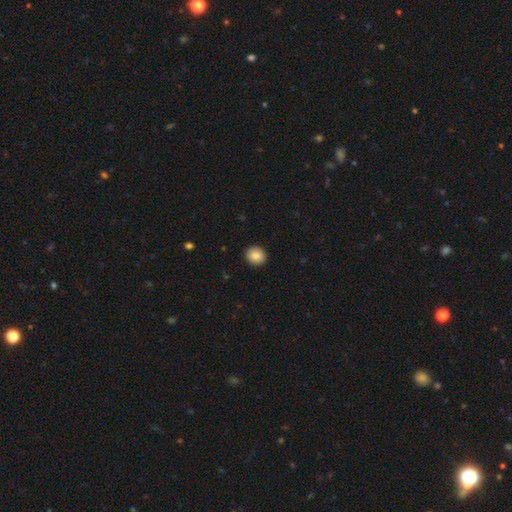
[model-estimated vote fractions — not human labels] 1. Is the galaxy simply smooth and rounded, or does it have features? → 86% smooth, 8% star or artifact, 6% featured or disk.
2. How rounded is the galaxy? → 81% round, 18% in between, 1% cigar-shaped.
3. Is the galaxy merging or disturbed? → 92% none, 6% minor disturbance, 2% major disturbance, 1% merger.